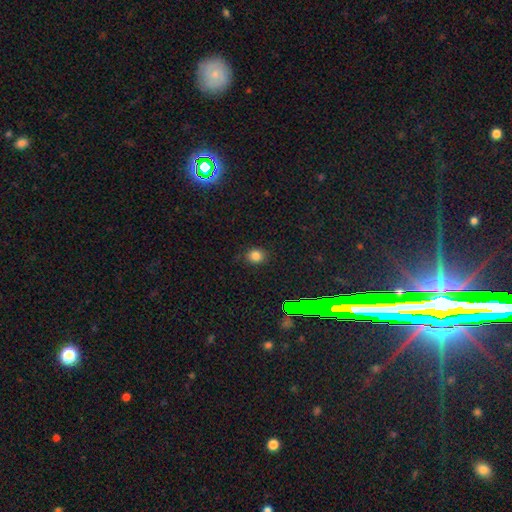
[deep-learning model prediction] This appears to be a smooth galaxy with no disk features (80%) that is round (74%). Merging: none (86%).